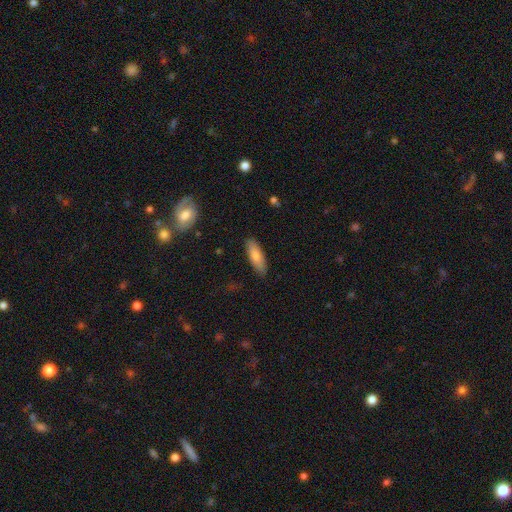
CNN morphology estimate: type=smooth (79%); roundness=in between (57%); merging=none (87%).